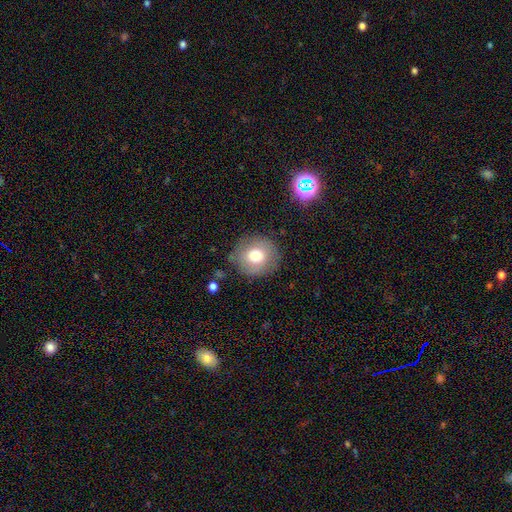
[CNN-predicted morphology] smooth 71%, featured or disk 19%, star or artifact 10%. Down the decision tree: how rounded — round (89%); merging — none (83%).